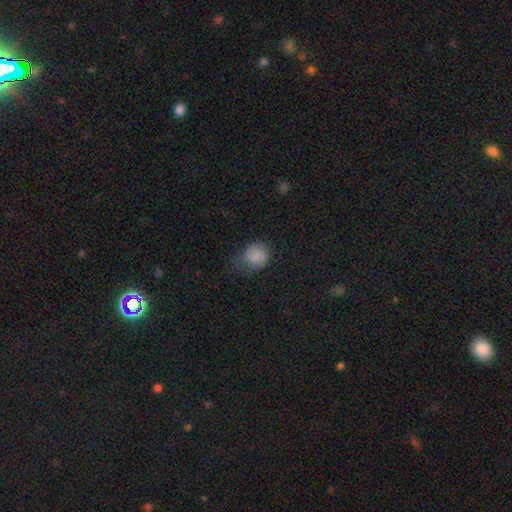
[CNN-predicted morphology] The model was most divided on "merging": none: 42%, minor disturbance: 35%, major disturbance: 21%, merger: 2%. More confident: smooth or featured — smooth (75%); how rounded — round (59%).